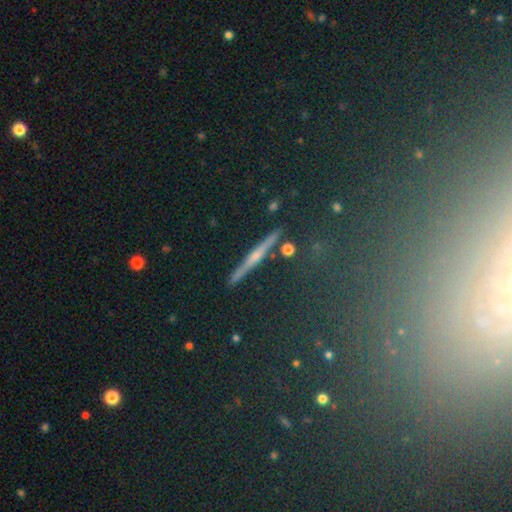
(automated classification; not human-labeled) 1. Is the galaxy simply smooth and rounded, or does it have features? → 51% featured or disk, 27% star or artifact, 22% smooth.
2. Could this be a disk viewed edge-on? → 89% yes, 11% no.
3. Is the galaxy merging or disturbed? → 87% none, 7% minor disturbance, 3% major disturbance, 3% merger.